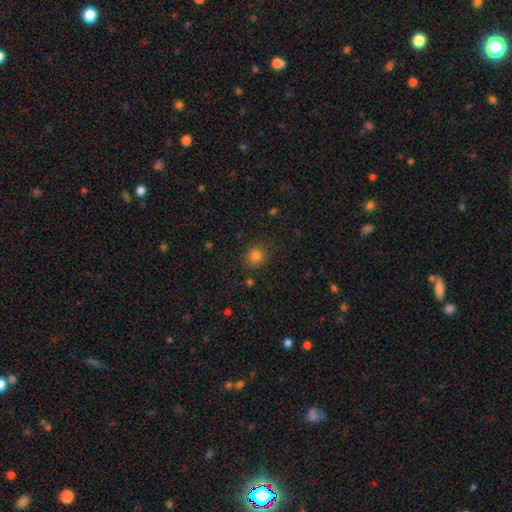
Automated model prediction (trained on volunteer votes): The model was most divided on "how rounded": round: 82%, in between: 17%, cigar-shaped: 1%. More confident: merging — none (85%); smooth or featured — smooth (81%).